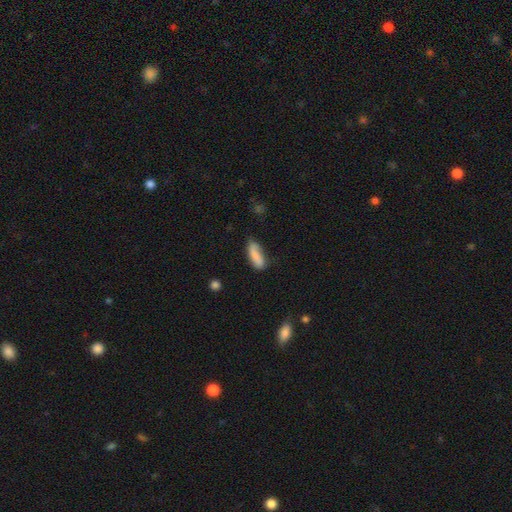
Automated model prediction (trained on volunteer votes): smooth-or-featured: smooth: 83% | featured or disk: 10% | star or artifact: 7%
  how-rounded: in between: 64% | cigar-shaped: 34% | round: 2%
  merging: none: 61% | minor disturbance: 29% | major disturbance: 7% | merger: 3%